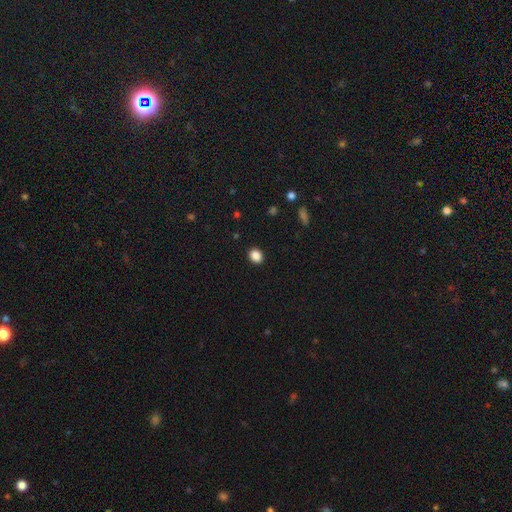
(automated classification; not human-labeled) A smooth galaxy with no disk features (88%) that is in between round and cigar-shaped (50%).

Vote fractions:
- Smooth or featured? smooth: 88% / star or artifact: 9% / featured or disk: 3%
- How rounded? in between: 50% / round: 49% / cigar-shaped: 1%
- Merging? none: 91% / minor disturbance: 6% / major disturbance: 2% / merger: 1%